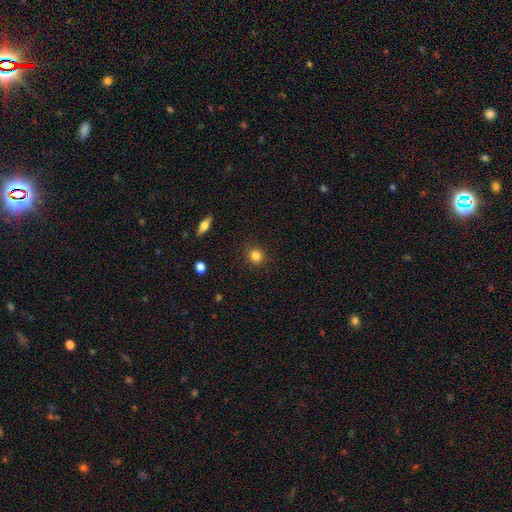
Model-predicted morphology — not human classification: Smooth or featured?
  - smooth: 84% *
  - star or artifact: 11%
  - featured or disk: 5%
How rounded?
  - round: 84% *
  - in between: 15%
  - cigar-shaped: 1%
Merging?
  - none: 89% *
  - minor disturbance: 7%
  - major disturbance: 2%
  - merger: 1%